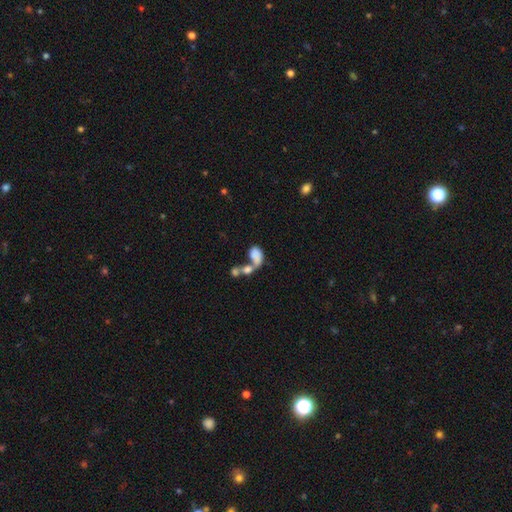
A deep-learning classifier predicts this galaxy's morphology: Smooth or featured: smooth — 69% (featured or disk — 21%)
How rounded: in between — 86% (round — 11%)
Merging: merger — 64% (none — 14%)